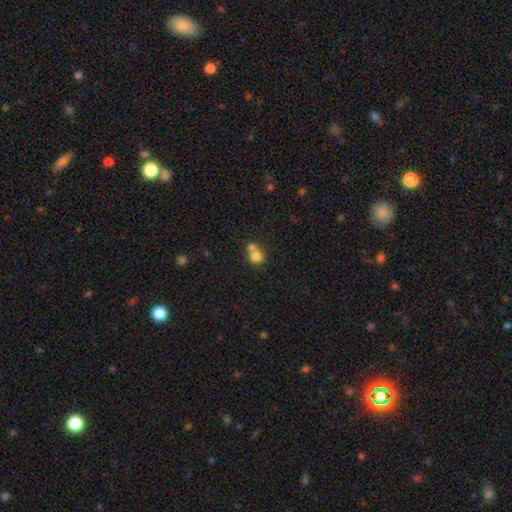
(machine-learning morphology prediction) This appears to be a smooth galaxy with no disk features (77%) that is round (77%). Merging: merger (56%).